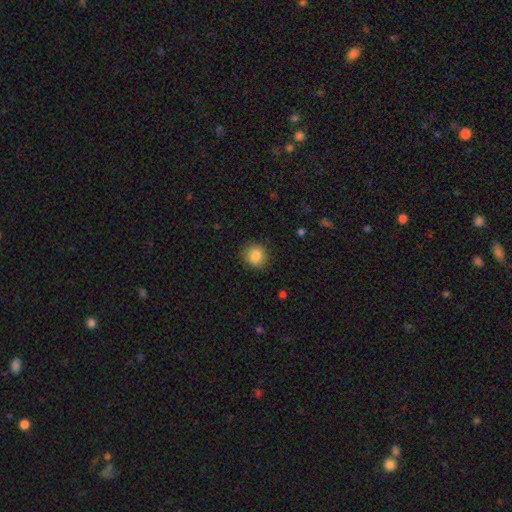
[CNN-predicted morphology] Smooth or featured: smooth — 85% (star or artifact — 10%)
How rounded: round — 87% (in between — 12%)
Merging: none — 87% (minor disturbance — 10%)